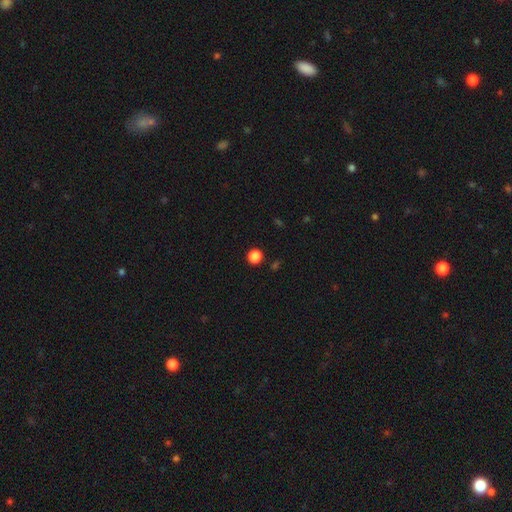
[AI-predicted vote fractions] Smooth or featured: smooth — 85% (star or artifact — 12%)
How rounded: round — 91% (in between — 8%)
Merging: none — 92% (minor disturbance — 5%)